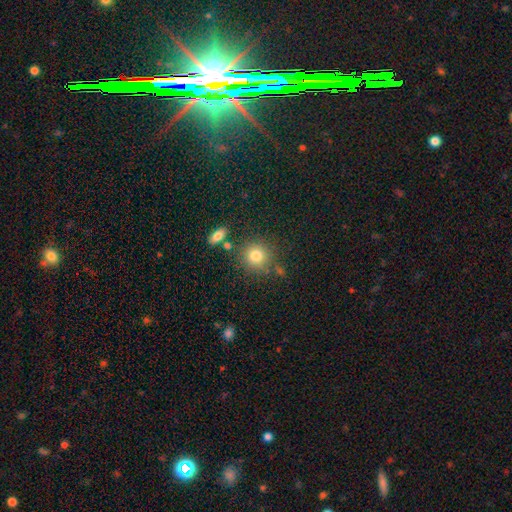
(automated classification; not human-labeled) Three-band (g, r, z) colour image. It shows a smooth galaxy with no disk features (81%) that is round (89%). Merging: none (77%).